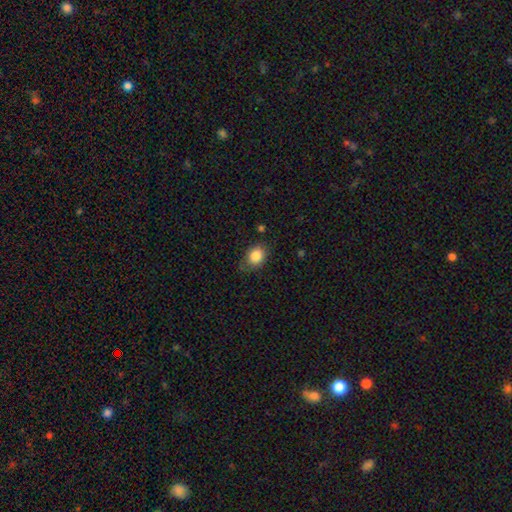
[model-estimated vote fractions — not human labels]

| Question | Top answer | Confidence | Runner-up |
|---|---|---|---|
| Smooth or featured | smooth | 85% | star or artifact (9%) |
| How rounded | in between | 53% | round (46%) |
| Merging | none | 72% | minor disturbance (21%) |